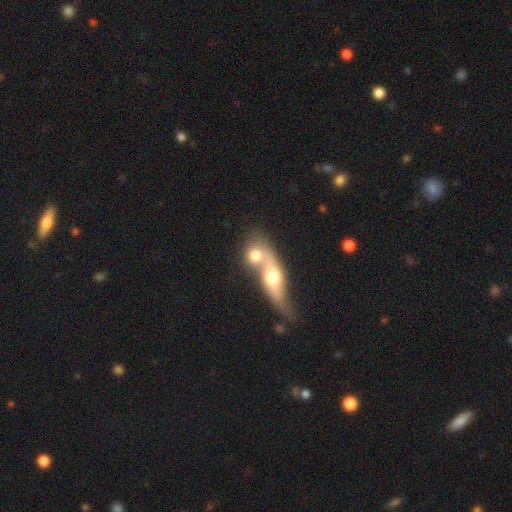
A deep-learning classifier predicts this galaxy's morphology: Overall: smooth (62%; featured or disk 30%). How rounded: round (46%; in between 43%). Merging: merger (72%).